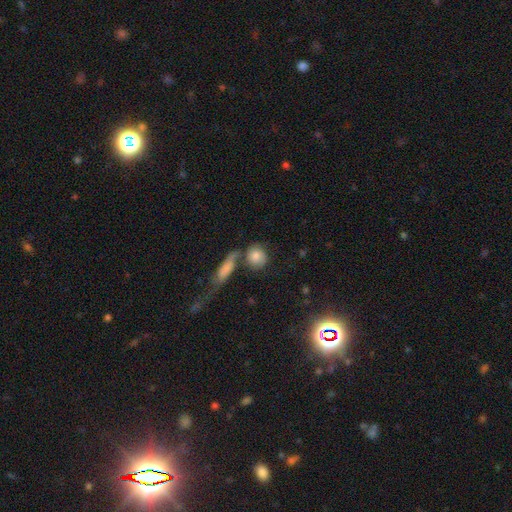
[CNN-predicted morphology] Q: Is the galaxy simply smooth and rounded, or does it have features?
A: smooth — 79%.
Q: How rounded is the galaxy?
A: round — 77%.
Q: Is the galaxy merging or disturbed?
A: none — 48%.